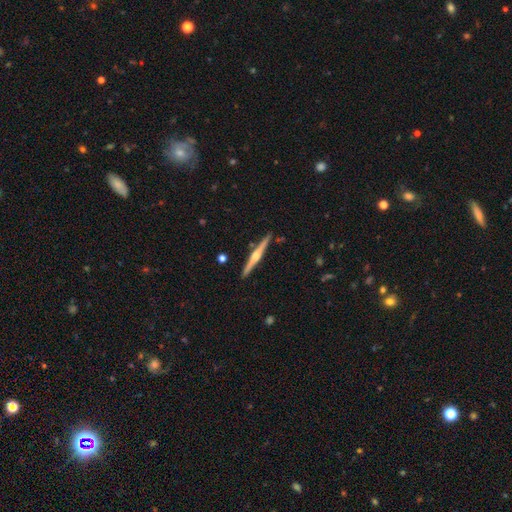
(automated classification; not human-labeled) This is likely a featured or disk galaxy (76%). It is clearly viewed edge-on (98%). Edge-on bulge: clearly rounded (88%). Merging: clearly none (90%).